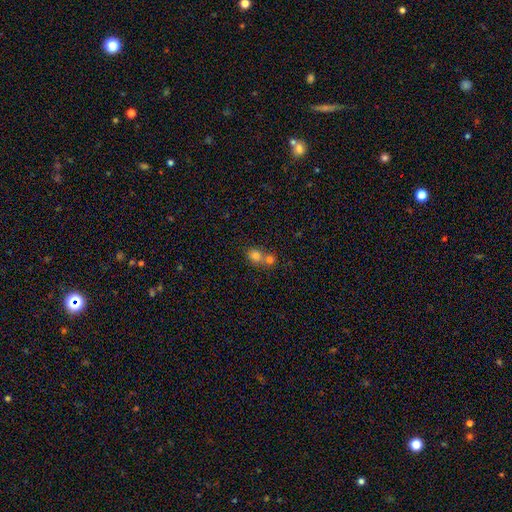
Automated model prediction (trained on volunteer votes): smooth 77%, star or artifact 12%, featured or disk 10%. Down the decision tree: how rounded — round (75%); merging — merger (60%).